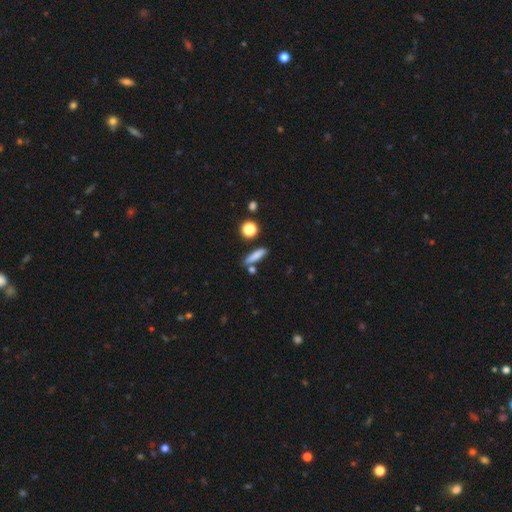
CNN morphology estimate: Smooth or featured? Predicted: smooth (p=0.79). How rounded? Predicted: cigar-shaped (p=0.73). Merging? Predicted: none (p=0.75).